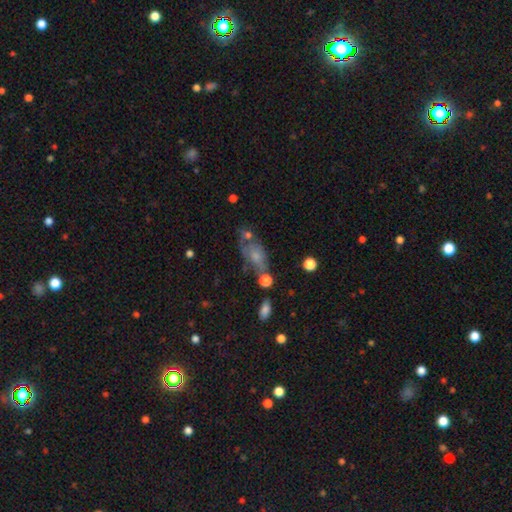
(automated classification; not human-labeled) The model was most divided on "smooth or featured": smooth: 49%, featured or disk: 39%, star or artifact: 12%. Remaining: merging — none (40%).